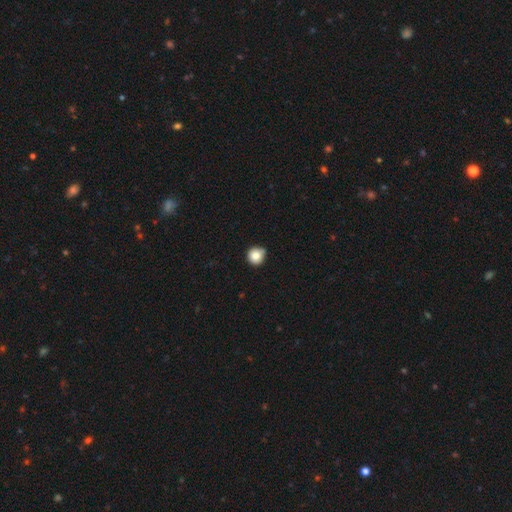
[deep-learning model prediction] This appears to be a smooth galaxy with no disk features (83%) that is round (94%). Merging: none (77%).